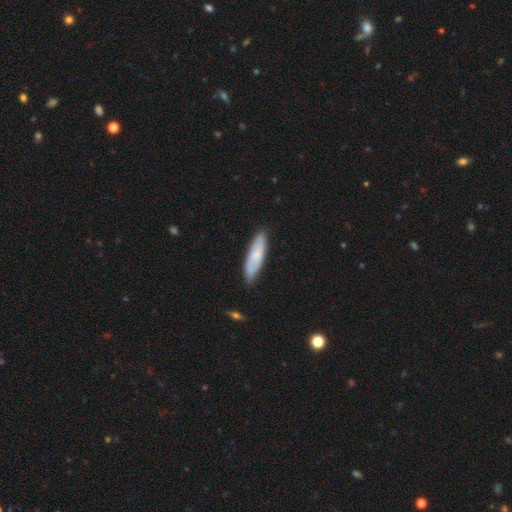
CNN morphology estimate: The model was most divided on "how rounded": cigar-shaped: 63%, in between: 35%, round: 2%. More confident: merging — none (84%); smooth or featured — smooth (67%).